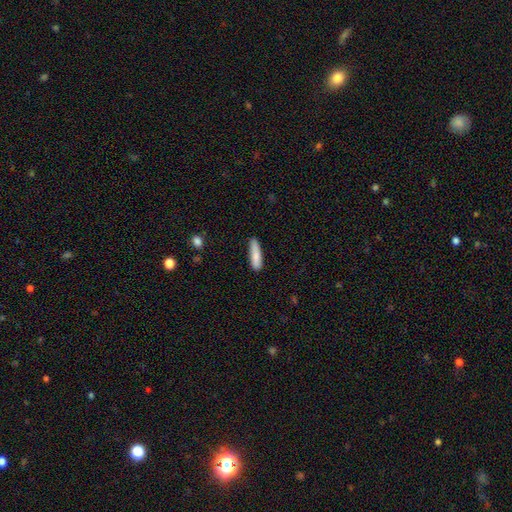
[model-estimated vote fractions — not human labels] Smooth or featured: smooth — 83% (featured or disk — 11%)
How rounded: cigar-shaped — 76% (in between — 22%)
Merging: none — 82% (minor disturbance — 14%)